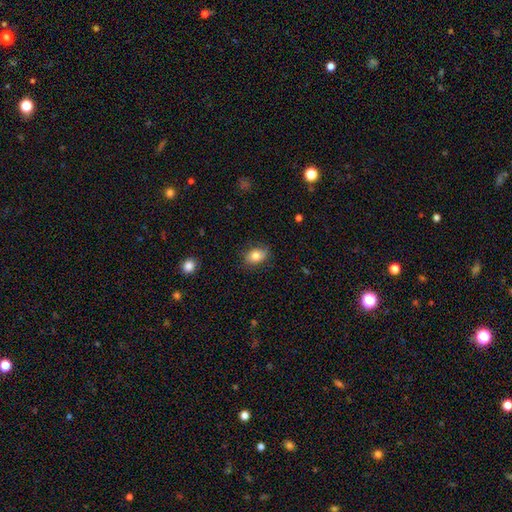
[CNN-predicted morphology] smooth_or_featured: smooth (p=0.81) [alt: featured or disk p=0.10]
how_rounded: in between (p=0.77) [alt: round p=0.22]
merging: none (p=0.78) [alt: minor disturbance p=0.17]